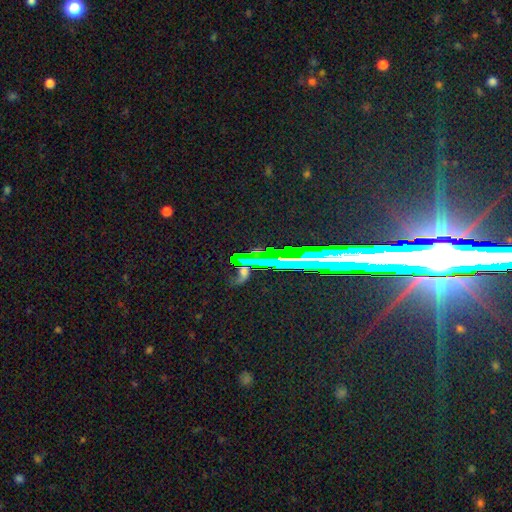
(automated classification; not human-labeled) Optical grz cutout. It shows a star or artifact, not a galaxy (76%).